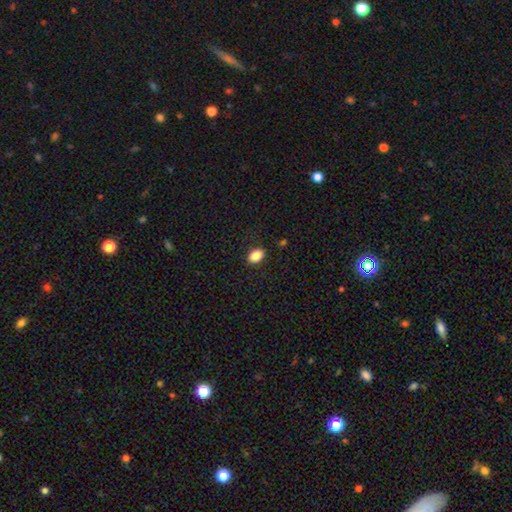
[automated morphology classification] Q: Smooth or featured?
A: smooth (86%); runner-up: star or artifact (9%)
Q: How rounded?
A: in between (84%); runner-up: round (14%)
Q: Merging?
A: none (86%); runner-up: minor disturbance (10%)